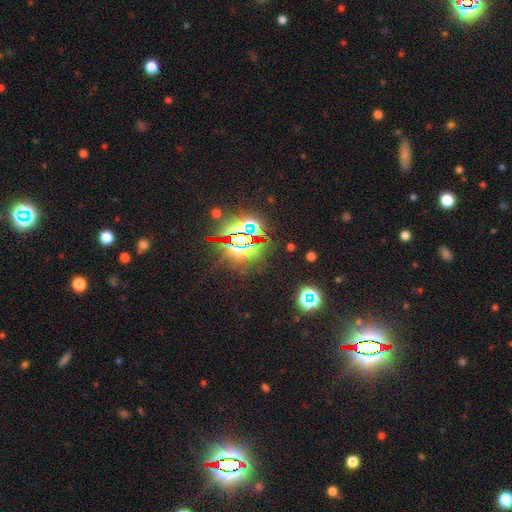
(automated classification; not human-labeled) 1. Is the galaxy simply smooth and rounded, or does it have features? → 85% star or artifact, 8% smooth, 7% featured or disk.